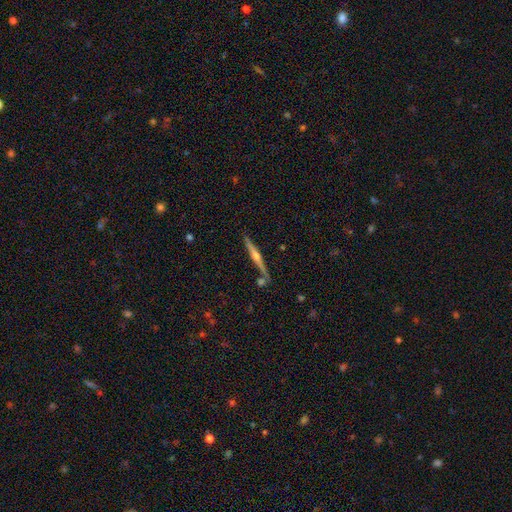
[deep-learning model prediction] Smooth or featured? featured or disk (80%)
Edge-on disk? yes (98%)
Edge-on bulge? rounded (89%)
Merging? none (86%)